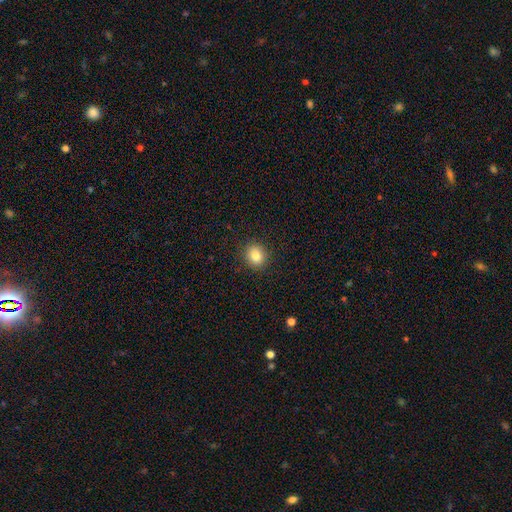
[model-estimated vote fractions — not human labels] The model was most divided on "how rounded": round: 79%, in between: 20%, cigar-shaped: 1%. More confident: merging — none (91%); smooth or featured — smooth (83%).